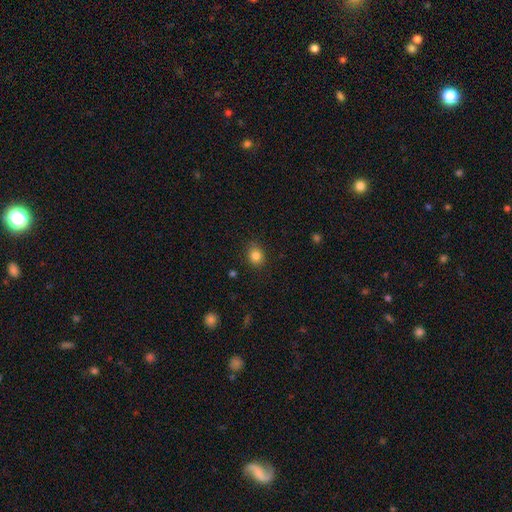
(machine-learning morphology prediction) A smooth galaxy with no disk features (84%) that is round (73%).

Vote fractions:
- Smooth or featured? smooth: 84% / star or artifact: 11% / featured or disk: 5%
- How rounded? round: 73% / in between: 26% / cigar-shaped: 1%
- Merging? none: 86% / minor disturbance: 10% / major disturbance: 3% / merger: 1%